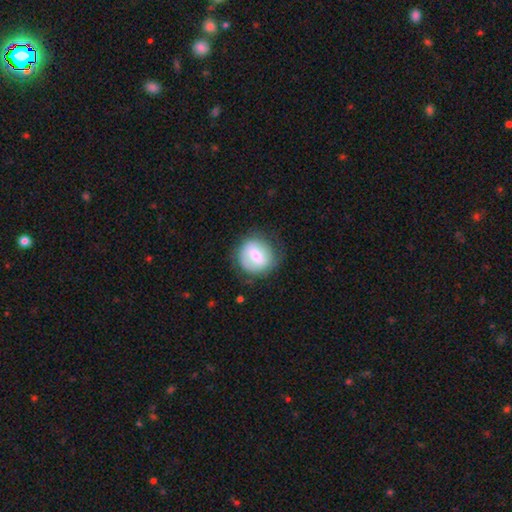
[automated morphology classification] smooth-or-featured: smooth: 60% | featured or disk: 33% | star or artifact: 7%
  how-rounded: round: 83% | in between: 16% | cigar-shaped: 1%
  merging: none: 70% | minor disturbance: 19% | major disturbance: 9% | merger: 2%